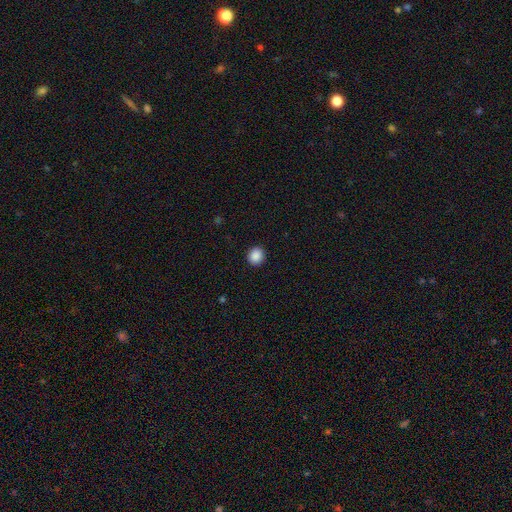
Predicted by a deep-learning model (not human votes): The model was most divided on "how rounded": round: 87%, in between: 12%, cigar-shaped: 1%. More confident: merging — none (92%); smooth or featured — smooth (89%).